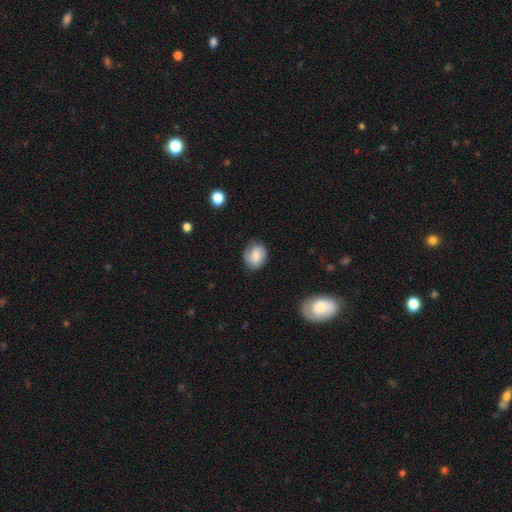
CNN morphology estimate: type=smooth (72%); roundness=round (57%); merging=none (74%).